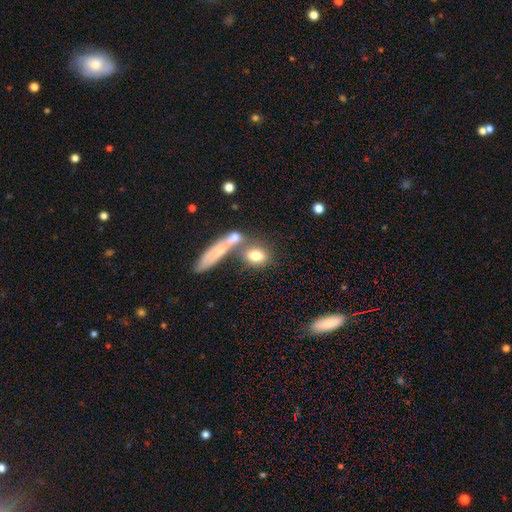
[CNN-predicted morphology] smooth 72%, featured or disk 18%, star or artifact 9%. Down the decision tree: how rounded — in between (62%); merging — none (46%).